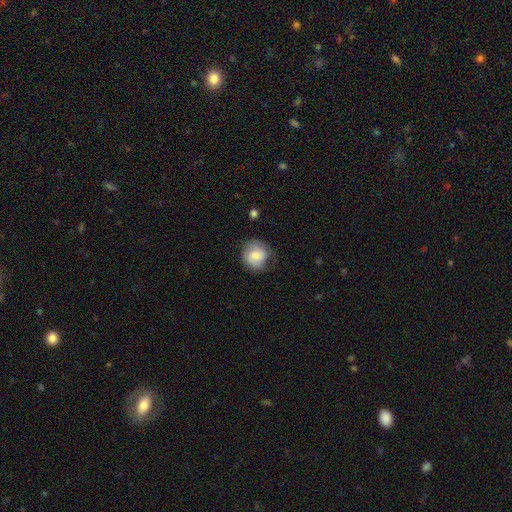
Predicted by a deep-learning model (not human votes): Smooth or featured: smooth — 65% (featured or disk — 28%)
How rounded: round — 81% (in between — 18%)
Merging: none — 64% (minor disturbance — 25%)